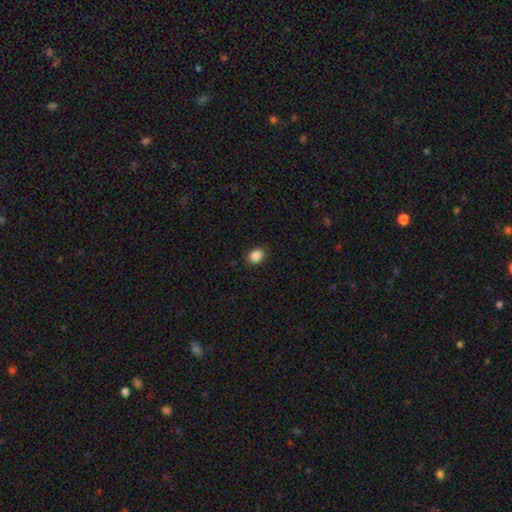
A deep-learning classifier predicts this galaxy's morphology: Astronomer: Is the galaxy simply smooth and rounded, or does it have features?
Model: smooth — 88%.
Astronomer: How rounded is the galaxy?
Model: in between — 53% (runner-up: round, 46%).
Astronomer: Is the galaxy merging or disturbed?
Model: none — 88%.